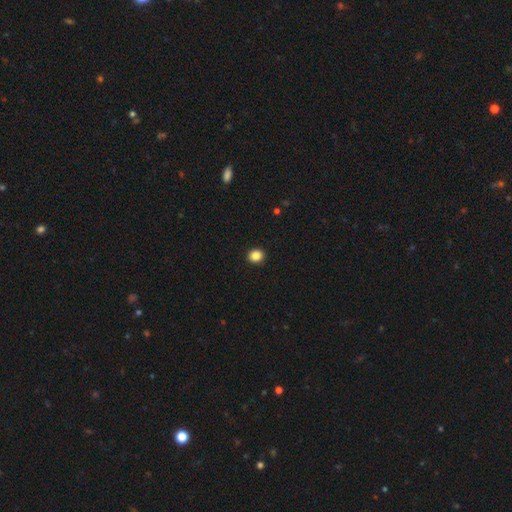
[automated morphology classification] smooth_or_featured: smooth (p=0.87) [alt: star or artifact p=0.10]
how_rounded: round (p=0.77) [alt: in between p=0.23]
merging: none (p=0.93) [alt: minor disturbance p=0.05]